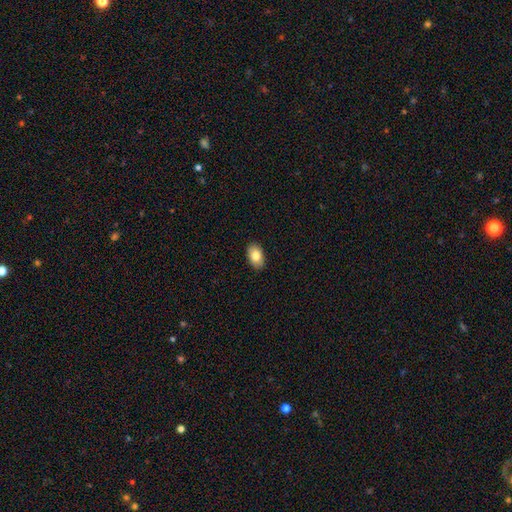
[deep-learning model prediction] smooth-or-featured: smooth: 83% | featured or disk: 10% | star or artifact: 7%
  how-rounded: in between: 91% | round: 7% | cigar-shaped: 1%
  merging: none: 89% | minor disturbance: 8% | major disturbance: 2% | merger: 1%